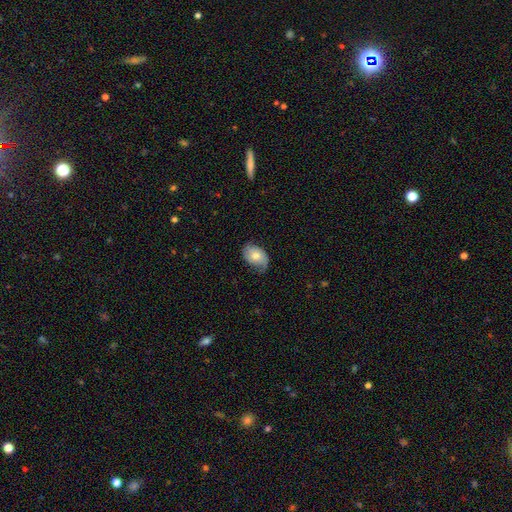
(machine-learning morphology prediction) Smooth or featured?
  - smooth: 53% *
  - featured or disk: 40%
  - star or artifact: 7%
How rounded?
  - in between: 82% *
  - round: 17%
  - cigar-shaped: 1%
Merging?
  - none: 56% *
  - minor disturbance: 31%
  - major disturbance: 11%
  - merger: 1%